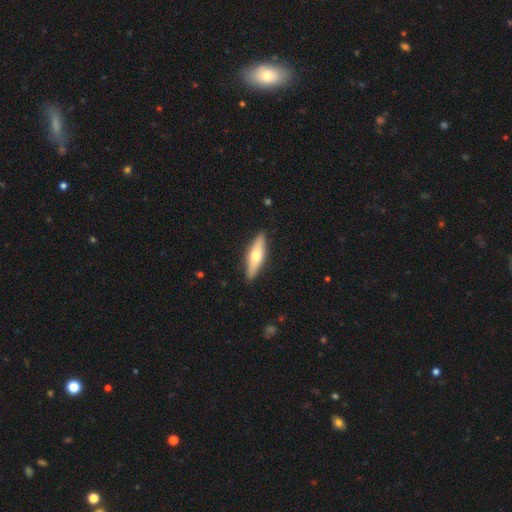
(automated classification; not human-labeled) This appears to be a smooth galaxy with no disk features (51%) that is cigar-shaped (59%). Merging: none (89%).